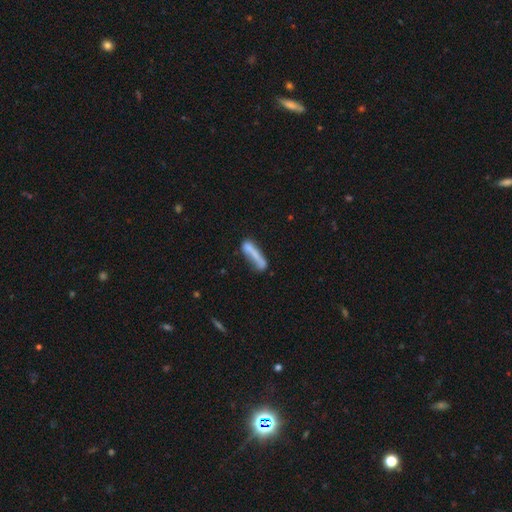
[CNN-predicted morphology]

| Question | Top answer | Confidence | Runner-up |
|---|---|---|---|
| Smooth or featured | smooth | 66% | featured or disk (26%) |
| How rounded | cigar-shaped | 84% | in between (14%) |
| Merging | none | 49% | minor disturbance (24%) |